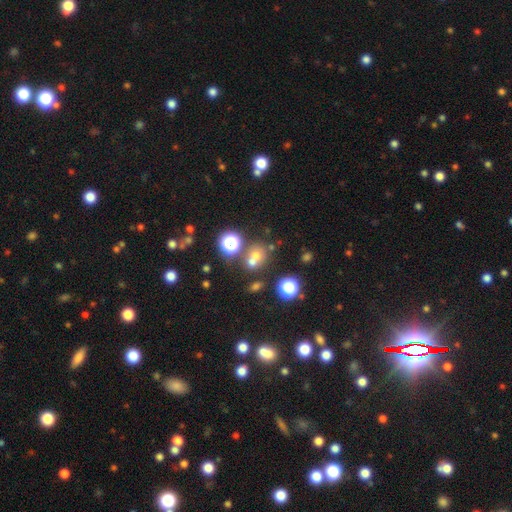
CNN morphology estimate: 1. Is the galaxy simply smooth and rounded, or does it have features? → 58% smooth, 27% star or artifact, 15% featured or disk.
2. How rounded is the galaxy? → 76% round, 23% in between, 1% cigar-shaped.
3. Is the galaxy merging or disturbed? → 47% none, 41% merger, 8% minor disturbance, 4% major disturbance.